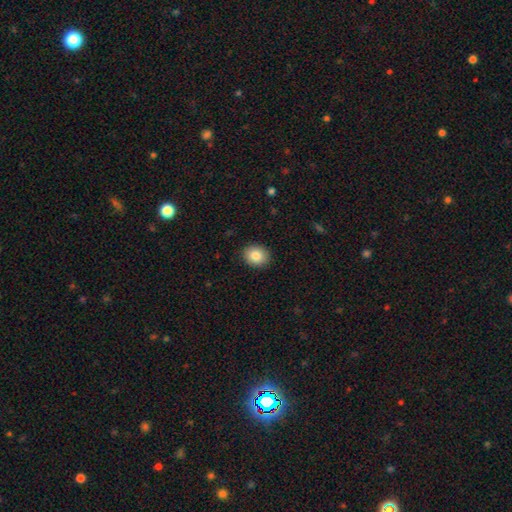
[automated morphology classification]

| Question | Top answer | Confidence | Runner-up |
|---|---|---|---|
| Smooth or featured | smooth | 85% | star or artifact (9%) |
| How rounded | round | 64% | in between (35%) |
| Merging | none | 90% | minor disturbance (7%) |